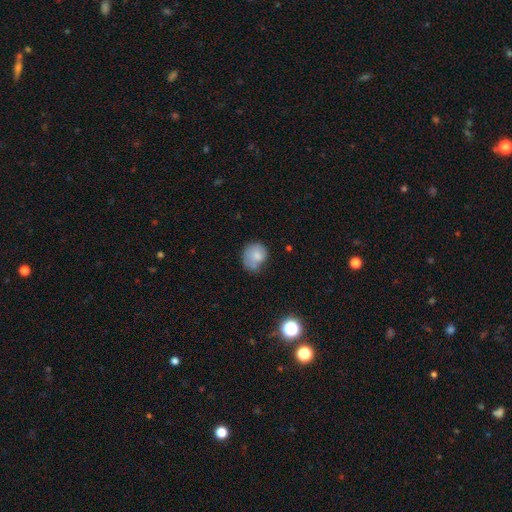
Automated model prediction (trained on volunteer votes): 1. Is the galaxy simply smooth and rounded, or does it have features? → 78% smooth, 13% featured or disk, 9% star or artifact.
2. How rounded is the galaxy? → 66% round, 34% in between, 1% cigar-shaped.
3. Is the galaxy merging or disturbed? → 48% none, 31% minor disturbance, 13% major disturbance, 8% merger.